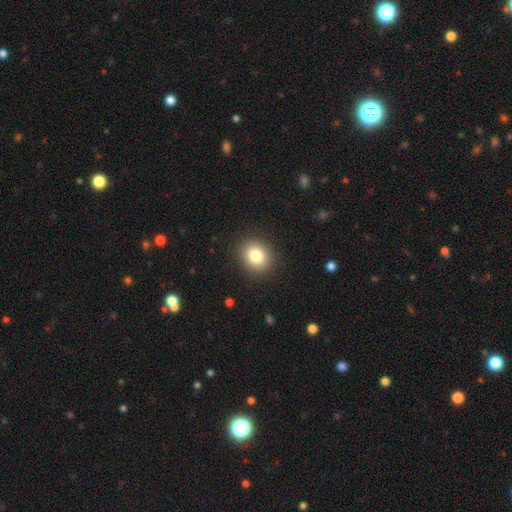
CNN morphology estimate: A smooth galaxy with no disk features (81%) that is round (77%). Merging: none (90%).